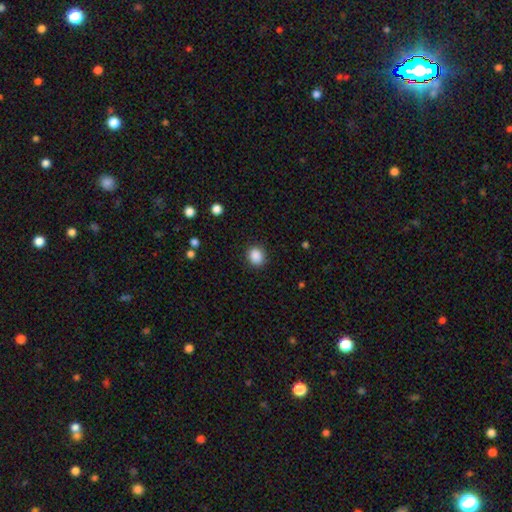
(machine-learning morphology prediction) Overall: smooth (88%). How rounded: round (70%). Merging: none (89%).